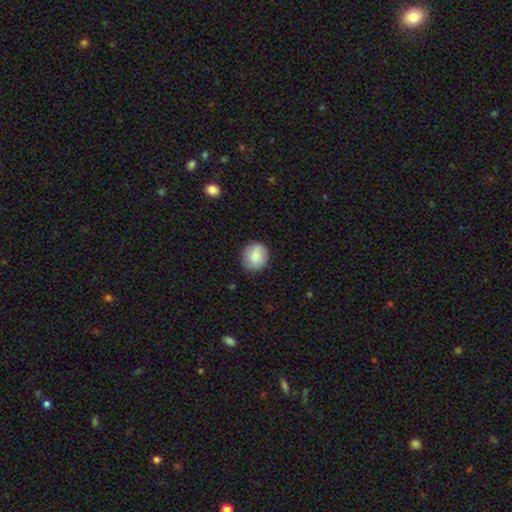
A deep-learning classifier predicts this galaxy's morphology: Overall: smooth (83%). How rounded: round (85%). Merging: none (82%).